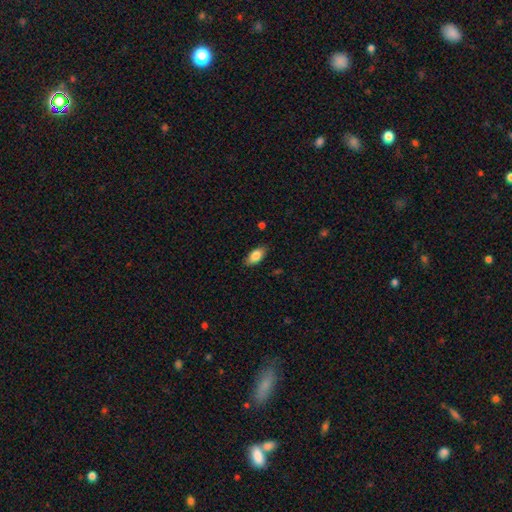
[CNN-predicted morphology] This appears to be a smooth galaxy with no disk features (83%) that is in between round and cigar-shaped (90%). Merging: none (84%).